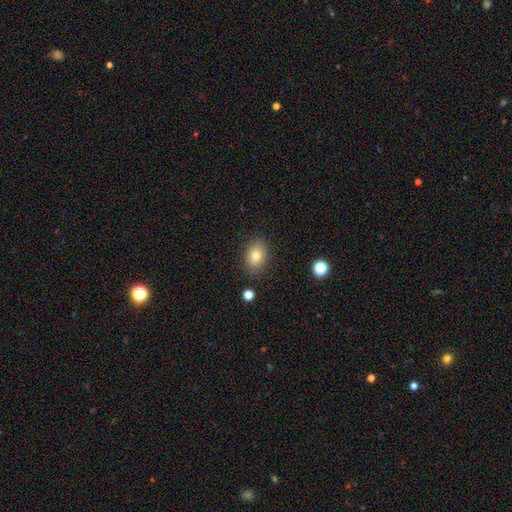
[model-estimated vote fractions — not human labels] Smooth or featured: smooth — 79% (featured or disk — 11%)
How rounded: in between — 71% (round — 28%)
Merging: none — 84% (minor disturbance — 11%)